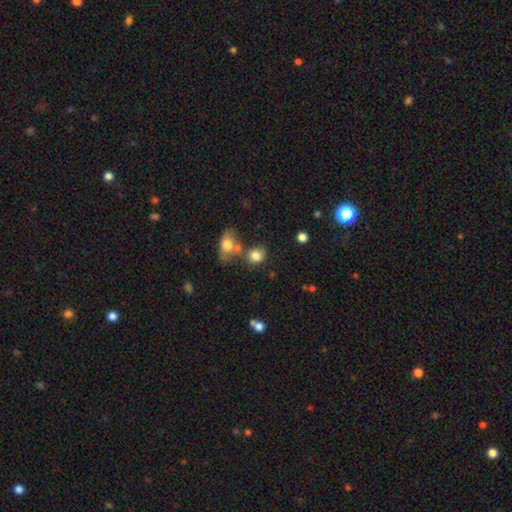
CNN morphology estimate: smooth_or_featured: smooth (p=0.82) [alt: star or artifact p=0.10]
how_rounded: round (p=0.72) [alt: in between p=0.27]
merging: none (p=0.58) [alt: merger p=0.23]